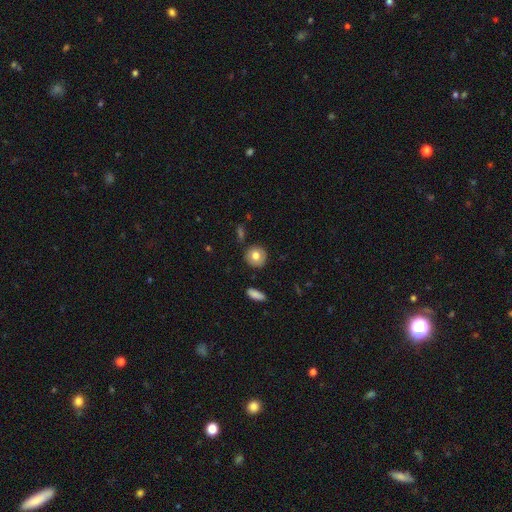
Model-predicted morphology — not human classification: A smooth galaxy with no disk features (75%) that is round (88%).

Vote fractions:
- Smooth or featured? smooth: 75% / featured or disk: 17% / star or artifact: 8%
- How rounded? round: 88% / in between: 11% / cigar-shaped: 1%
- Merging? none: 85% / minor disturbance: 10% / merger: 3% / major disturbance: 2%